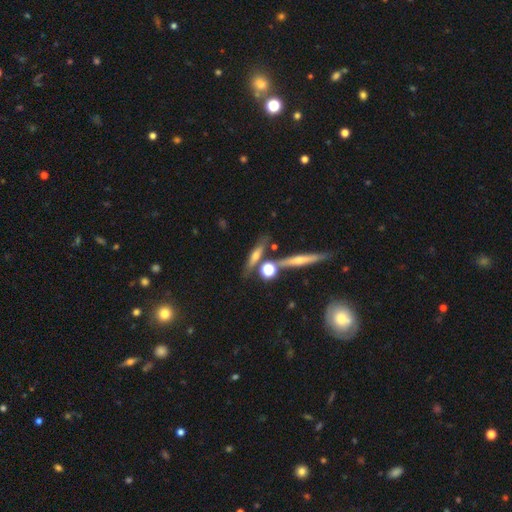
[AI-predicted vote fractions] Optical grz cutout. It shows a smooth galaxy with no disk features (46%). Merging: none (69%).